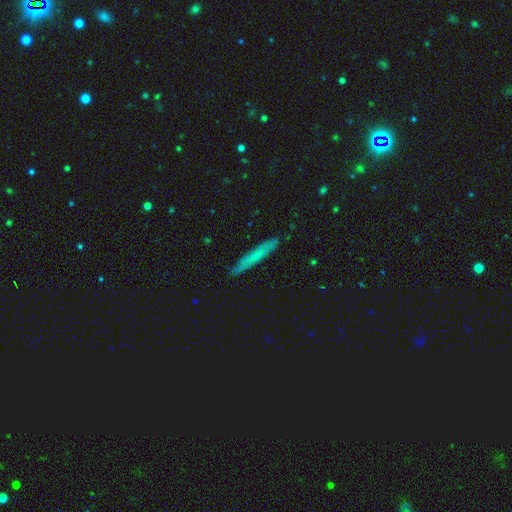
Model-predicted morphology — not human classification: smooth_or_featured: smooth (p=0.60) [alt: featured or disk p=0.33]
how_rounded: cigar-shaped (p=0.95) [alt: in between p=0.03]
merging: none (p=0.88) [alt: minor disturbance p=0.09]